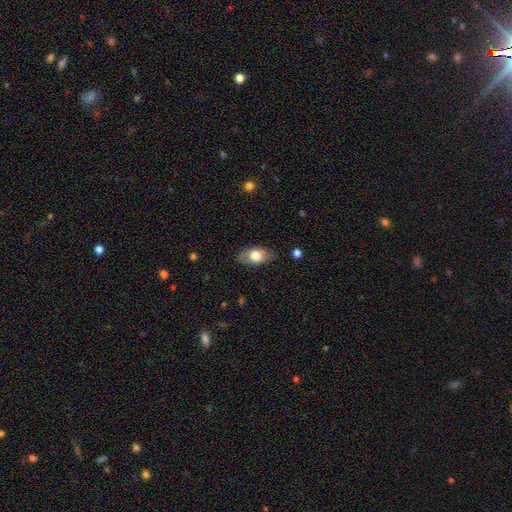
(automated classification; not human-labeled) Overall: smooth (65%; featured or disk 28%). How rounded: in between (88%). Merging: none (80%).